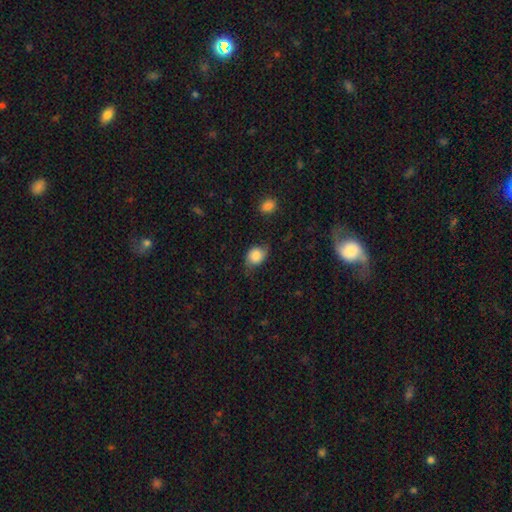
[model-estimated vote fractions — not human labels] This appears to be a smooth galaxy with no disk features (70%) that is in between round and cigar-shaped (59%). Merging: none (54%).